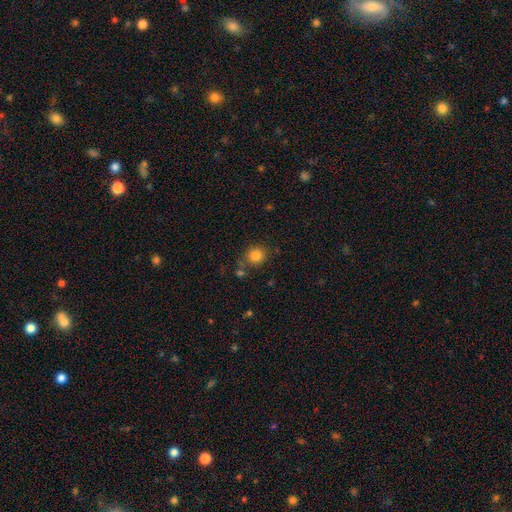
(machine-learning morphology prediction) This is clearly a smooth galaxy (83%). How rounded: clearly round (82%). Merging: likely none (73%).